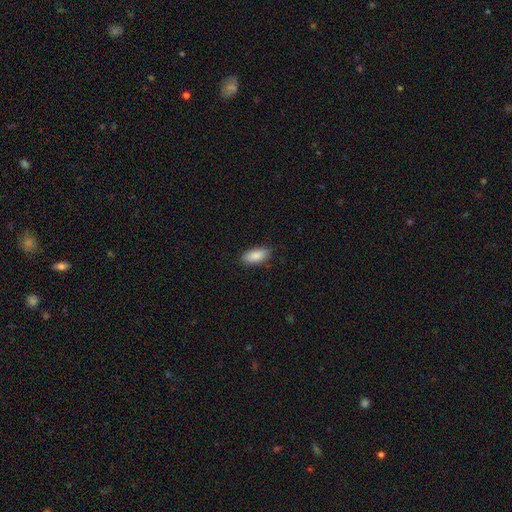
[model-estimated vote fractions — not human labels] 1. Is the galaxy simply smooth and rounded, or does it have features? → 88% smooth, 6% featured or disk, 6% star or artifact.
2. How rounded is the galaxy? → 89% in between, 9% cigar-shaped, 2% round.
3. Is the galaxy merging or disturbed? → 86% none, 11% minor disturbance, 2% major disturbance, 1% merger.